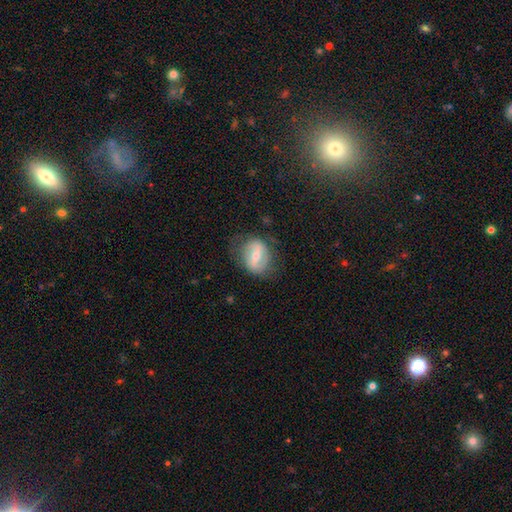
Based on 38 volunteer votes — Smooth or featured: featured or disk — 63% (smooth — 34%)
Edge-on disk: no — 96% (yes — 4%)
Bar: strong — 74% (weak — 17%)
Spiral arms: yes — 52% (no — 48%)
Spiral winding: loose — 50% (tight — 25%)
Spiral arm count: 2 — 83% (1 — 17%)
Bulge size: moderate — 78% (small — 17%)
Merging: none — 70% (minor disturbance — 16%)